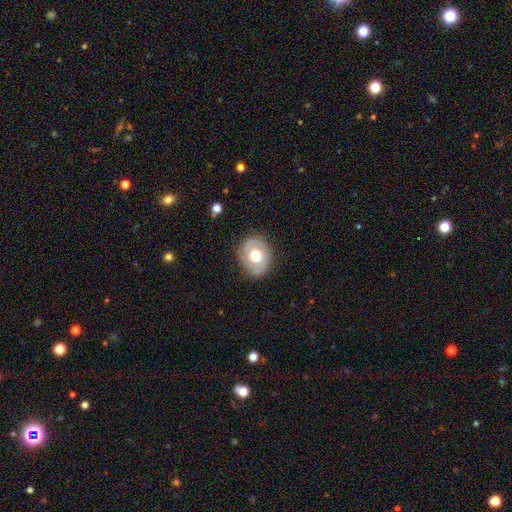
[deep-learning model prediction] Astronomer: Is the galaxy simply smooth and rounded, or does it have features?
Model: smooth — 49% (runner-up: featured or disk, 44%).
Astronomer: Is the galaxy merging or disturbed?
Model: none — 79%.